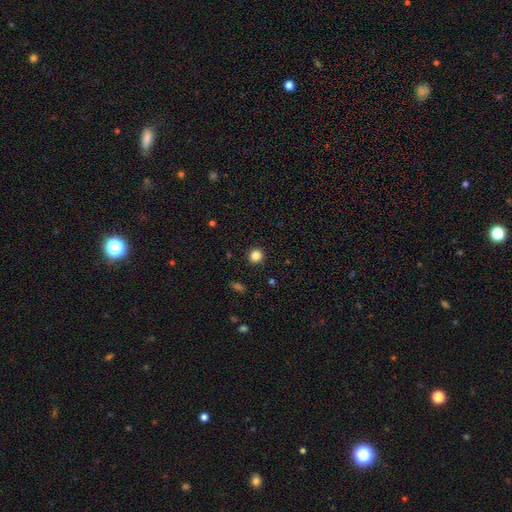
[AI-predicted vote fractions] This is clearly a smooth galaxy (84%). How rounded: clearly round (94%). Merging: clearly none (92%).